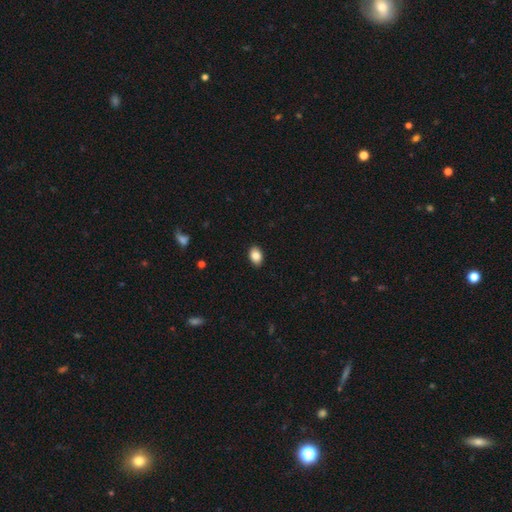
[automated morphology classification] Smooth or featured: smooth — 88% (star or artifact — 8%)
How rounded: in between — 86% (round — 13%)
Merging: none — 89% (minor disturbance — 8%)